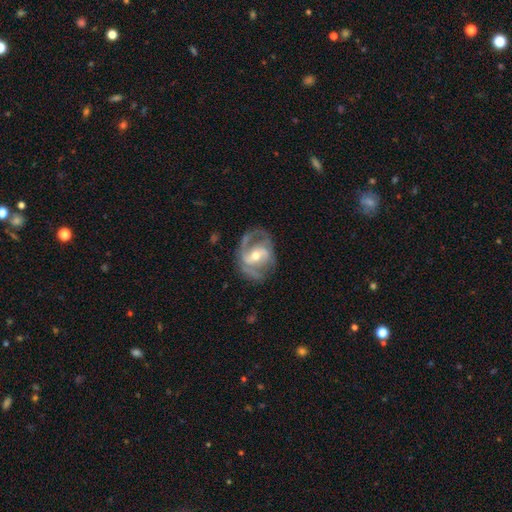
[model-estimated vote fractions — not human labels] The model was most divided on "bar": weak: 41%, strong: 30%, no: 29%. More confident: edge-on disk — no (97%); spiral arms — yes (88%); smooth or featured — featured or disk (82%); spiral arm count — 2 (69%); bulge size — moderate (61%); merging — none (61%); spiral winding — medium (50%).